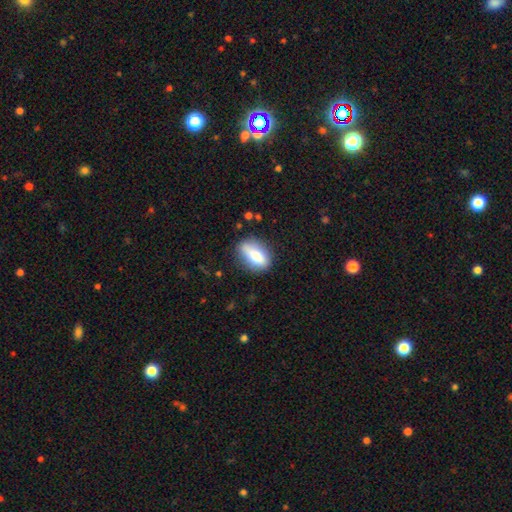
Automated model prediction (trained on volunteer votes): smooth 67%, featured or disk 26%, star or artifact 8%. Down the decision tree: how rounded — in between (76%); merging — none (80%).